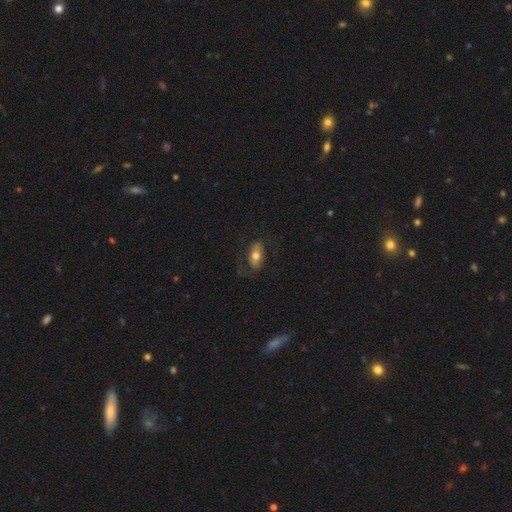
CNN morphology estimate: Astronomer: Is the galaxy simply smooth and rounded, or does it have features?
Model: smooth — 63%.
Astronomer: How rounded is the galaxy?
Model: in between — 85%.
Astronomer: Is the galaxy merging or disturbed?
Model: none — 67%.